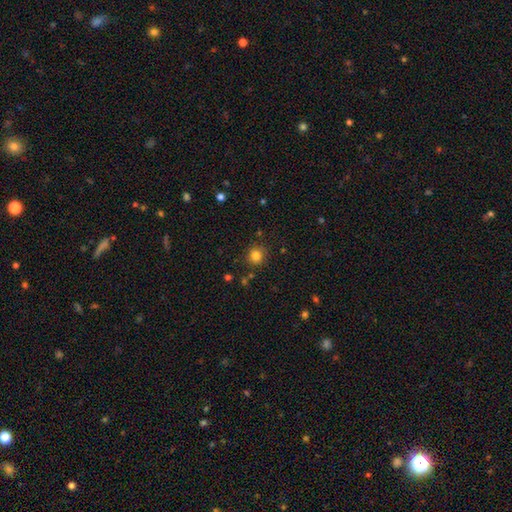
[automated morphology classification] A smooth galaxy with no disk features (81%) that is round (89%). Merging: none (85%).